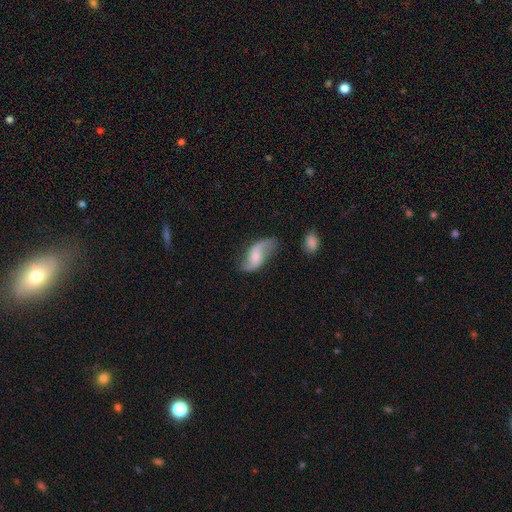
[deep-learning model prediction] A featured or disk galaxy (75%) with no bar (46%), 2 (90%) loose (85%) spiral arms (93%) and a small central bulge (45%).

Vote fractions:
- Smooth or featured? featured or disk: 75% / smooth: 19% / star or artifact: 6%
- Edge-on disk? no: 95% / yes: 5%
- Bar? no: 46% / weak: 42% / strong: 13%
- Spiral arms? yes: 93% / no: 7%
- Spiral winding? loose: 85% / medium: 12% / tight: 3%
- Spiral arm count? 2: 90% / 1: 4% / can't tell: 3% / 3: 1% / 4: 1% / more than 4: 1%
- Bulge size? small: 45% / moderate: 37% / none: 12% / large: 4% / dominant: 1%
- Merging? none: 67% / minor disturbance: 20% / major disturbance: 9% / merger: 3%